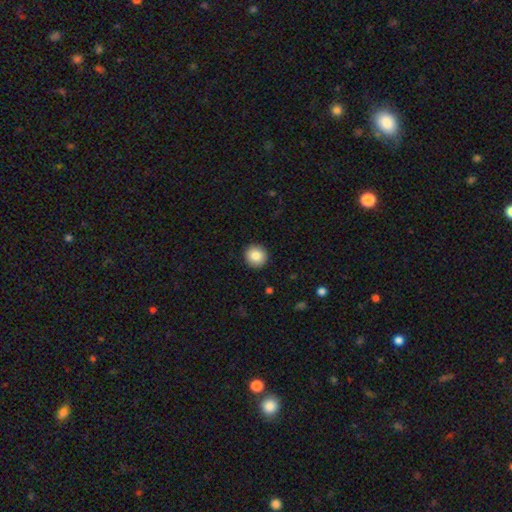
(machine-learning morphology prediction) A smooth galaxy with no disk features (85%) that is round (93%).

Vote fractions:
- Smooth or featured? smooth: 85% / star or artifact: 8% / featured or disk: 6%
- How rounded? round: 93% / in between: 6% / cigar-shaped: 1%
- Merging? none: 92% / minor disturbance: 5% / major disturbance: 2% / merger: 1%